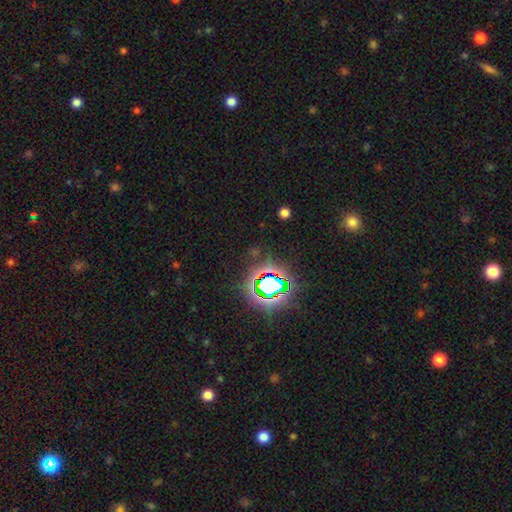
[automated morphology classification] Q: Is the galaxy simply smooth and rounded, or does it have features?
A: star or artifact — 78%.